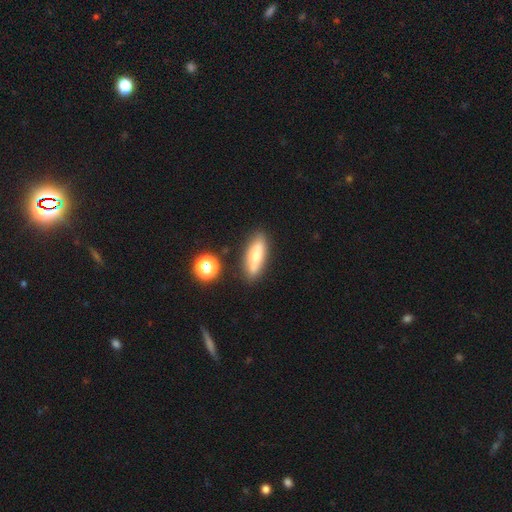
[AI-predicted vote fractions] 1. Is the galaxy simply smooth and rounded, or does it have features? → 64% smooth, 28% featured or disk, 8% star or artifact.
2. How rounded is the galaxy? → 51% cigar-shaped, 46% in between, 3% round.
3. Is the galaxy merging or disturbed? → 81% none, 12% minor disturbance, 4% merger, 3% major disturbance.